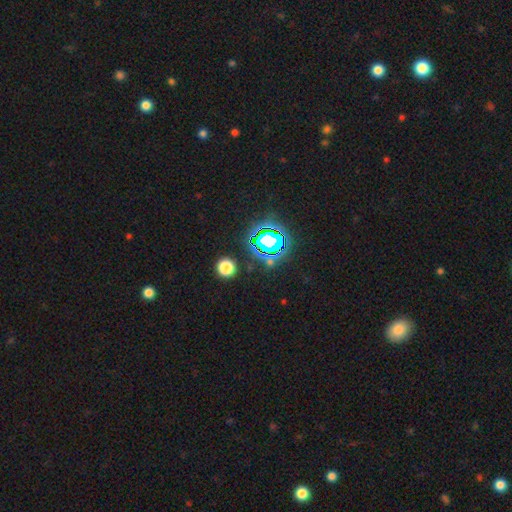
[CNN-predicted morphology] Smooth or featured? star or artifact (81%)